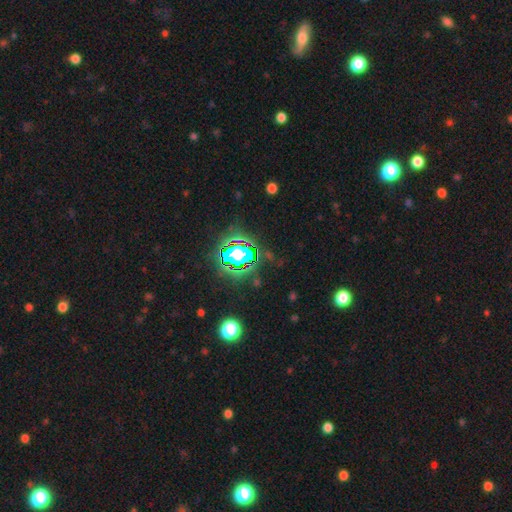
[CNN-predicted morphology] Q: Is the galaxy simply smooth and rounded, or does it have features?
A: star or artifact — 83%.